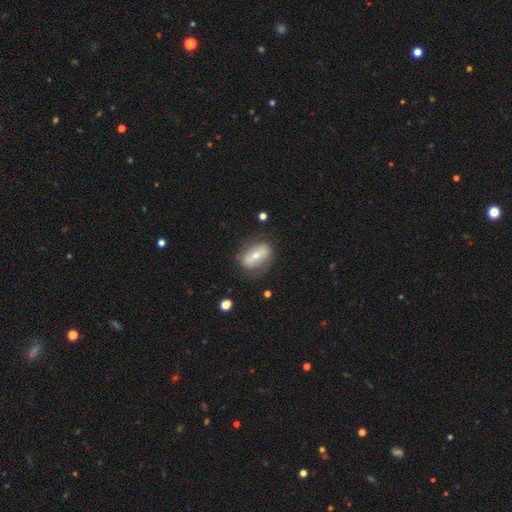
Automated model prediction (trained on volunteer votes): This appears to be a featured or disk galaxy (47%). Merging: none (73%).